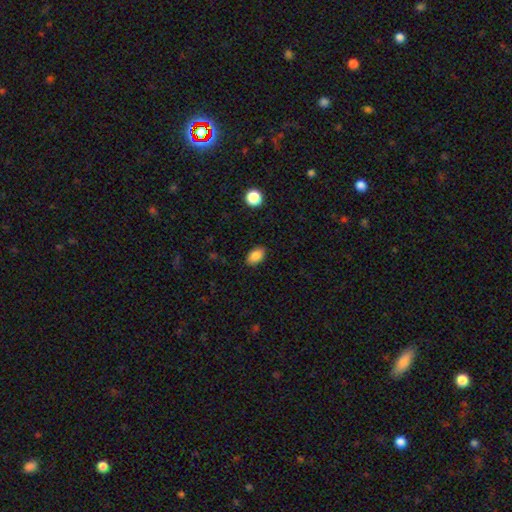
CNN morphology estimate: type=smooth (85%); roundness=in between (85%); merging=none (86%).